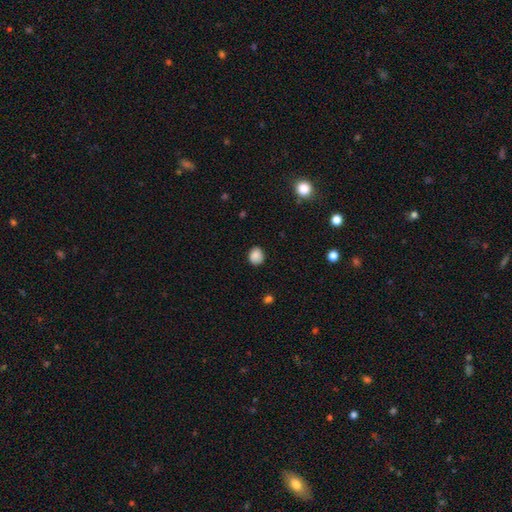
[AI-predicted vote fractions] Smooth or featured? Predicted: smooth (p=0.87). How rounded? Predicted: round (p=0.64). Merging? Predicted: none (p=0.84).